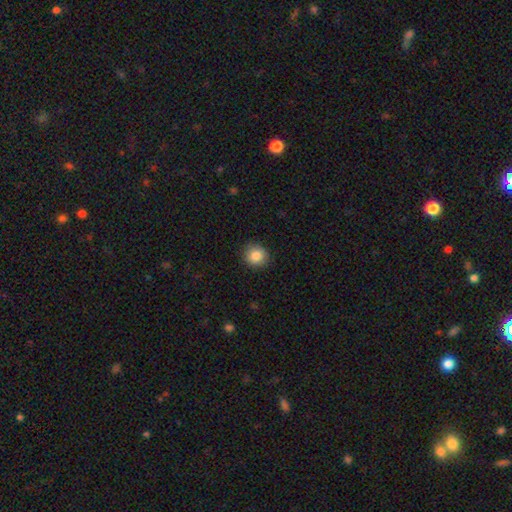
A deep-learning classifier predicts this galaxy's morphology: A smooth galaxy with no disk features (85%) that is round (89%).

Vote fractions:
- Smooth or featured? smooth: 85% / star or artifact: 9% / featured or disk: 5%
- How rounded? round: 89% / in between: 10% / cigar-shaped: 1%
- Merging? none: 89% / minor disturbance: 8% / major disturbance: 2% / merger: 1%